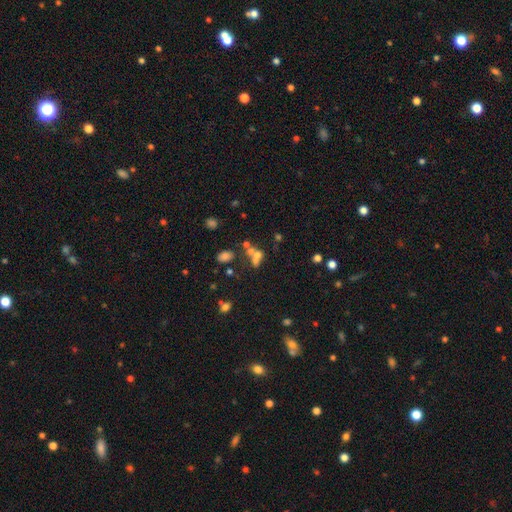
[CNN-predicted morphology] Q: Smooth or featured?
A: smooth (53%); runner-up: featured or disk (24%)
Q: How rounded?
A: in between (55%); runner-up: round (40%)
Q: Merging?
A: merger (51%); runner-up: none (30%)